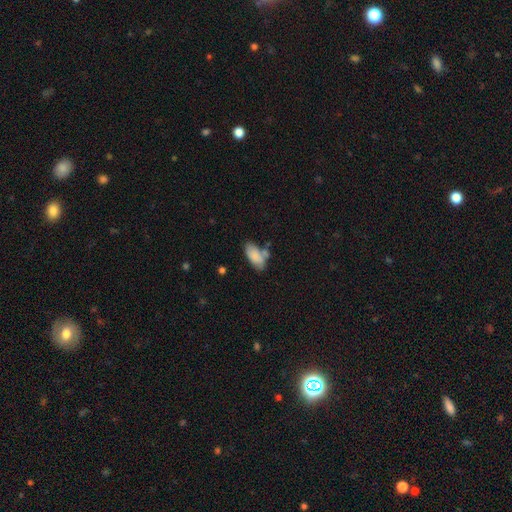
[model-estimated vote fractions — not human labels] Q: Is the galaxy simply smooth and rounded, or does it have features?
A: smooth — 83%.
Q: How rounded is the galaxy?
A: in between — 92%.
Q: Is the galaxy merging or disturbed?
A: none — 50%.